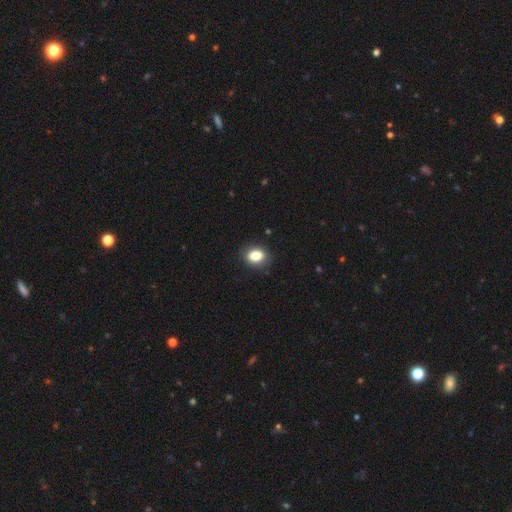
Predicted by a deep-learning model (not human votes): Smooth or featured: smooth — 84% (star or artifact — 9%)
How rounded: in between — 68% (round — 30%)
Merging: none — 85% (minor disturbance — 11%)